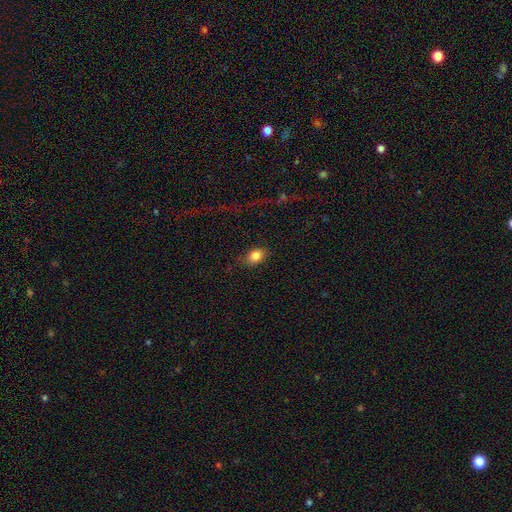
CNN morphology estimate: Q: Smooth or featured?
A: smooth (83%); runner-up: star or artifact (9%)
Q: How rounded?
A: in between (77%); runner-up: round (22%)
Q: Merging?
A: none (80%); runner-up: minor disturbance (14%)